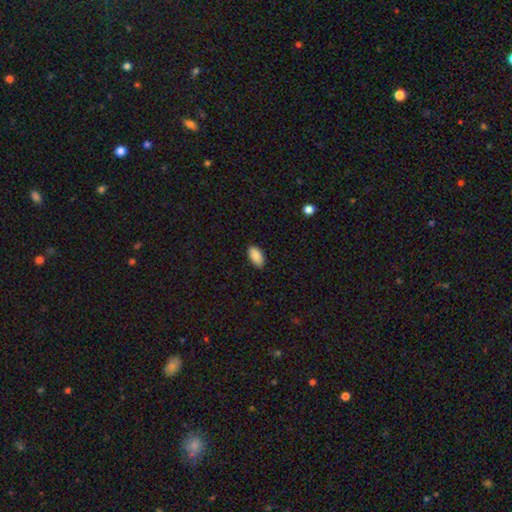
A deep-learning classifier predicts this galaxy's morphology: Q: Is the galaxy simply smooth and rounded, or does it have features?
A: smooth — 89%.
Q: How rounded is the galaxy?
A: in between — 95%.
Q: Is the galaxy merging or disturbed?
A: none — 88%.